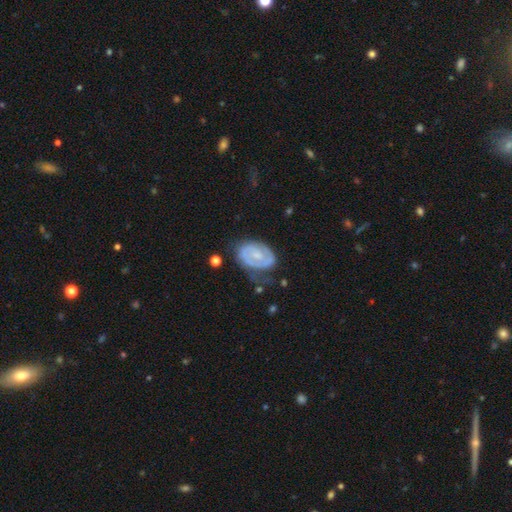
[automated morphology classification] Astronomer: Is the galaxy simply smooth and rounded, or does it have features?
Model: featured or disk — 73%.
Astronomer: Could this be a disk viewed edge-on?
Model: no — 97%.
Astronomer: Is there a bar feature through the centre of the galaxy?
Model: no — 51% (runner-up: weak, 39%).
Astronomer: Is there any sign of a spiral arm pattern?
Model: yes — 81%.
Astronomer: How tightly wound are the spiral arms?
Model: tight — 55% (runner-up: medium, 33%).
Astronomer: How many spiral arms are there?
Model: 2 — 59%.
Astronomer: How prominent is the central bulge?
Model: small — 49% (runner-up: moderate, 33%).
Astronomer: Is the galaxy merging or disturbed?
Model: none — 60%.